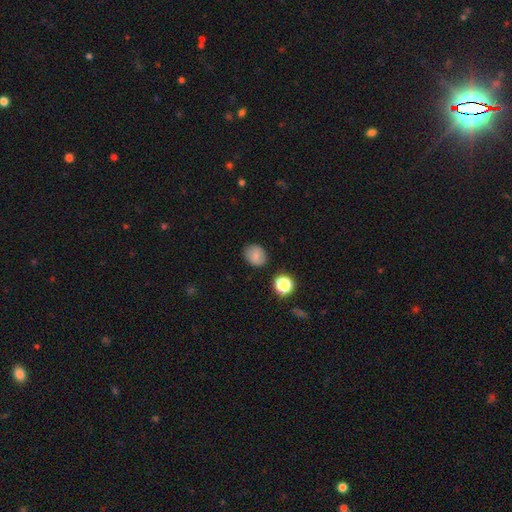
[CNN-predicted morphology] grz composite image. It shows a smooth galaxy with no disk features (77%) that is round (65%). Merging: none (85%).